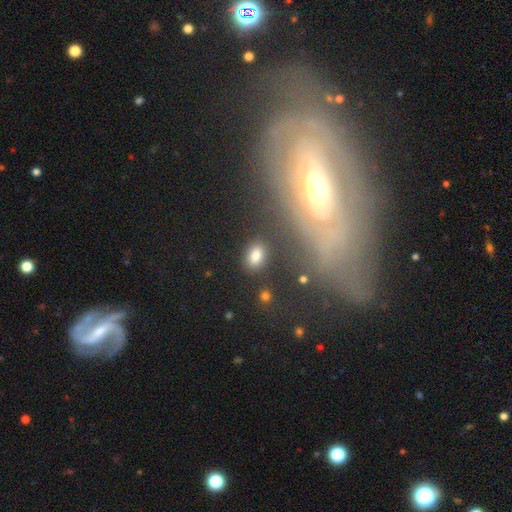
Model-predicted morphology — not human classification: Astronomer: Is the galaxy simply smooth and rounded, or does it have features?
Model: smooth — 82%.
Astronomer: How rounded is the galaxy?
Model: in between — 78%.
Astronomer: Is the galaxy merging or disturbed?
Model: none — 82%.